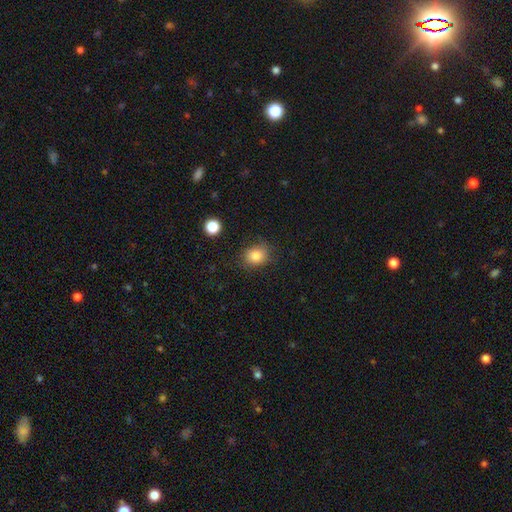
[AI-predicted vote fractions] A smooth galaxy with no disk features (84%) that is round (57%). Merging: none (80%).